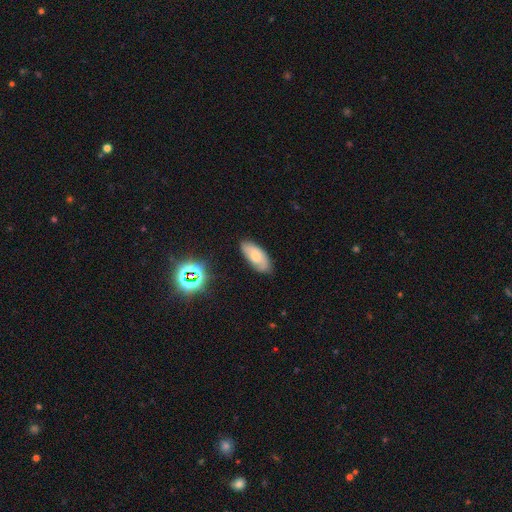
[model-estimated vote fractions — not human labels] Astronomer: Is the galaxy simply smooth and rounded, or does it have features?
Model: smooth — 57% (runner-up: featured or disk, 33%).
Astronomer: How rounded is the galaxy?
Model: in between — 89%.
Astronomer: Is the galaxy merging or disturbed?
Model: none — 75%.